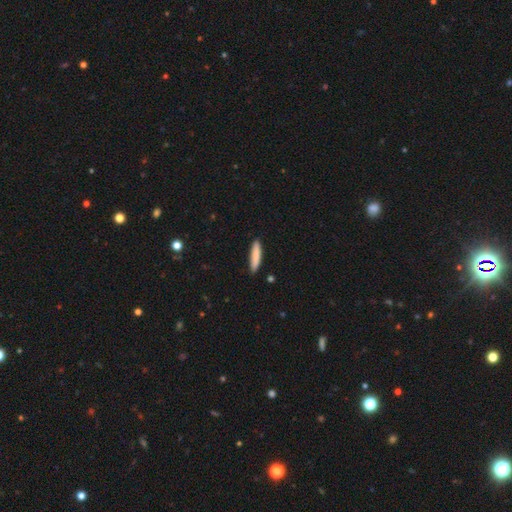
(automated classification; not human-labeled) A smooth galaxy with no disk features (85%) that is cigar-shaped (84%).

Vote fractions:
- Smooth or featured? smooth: 85% / featured or disk: 9% / star or artifact: 6%
- How rounded? cigar-shaped: 84% / in between: 14% / round: 1%
- Merging? none: 87% / minor disturbance: 10% / major disturbance: 2% / merger: 1%